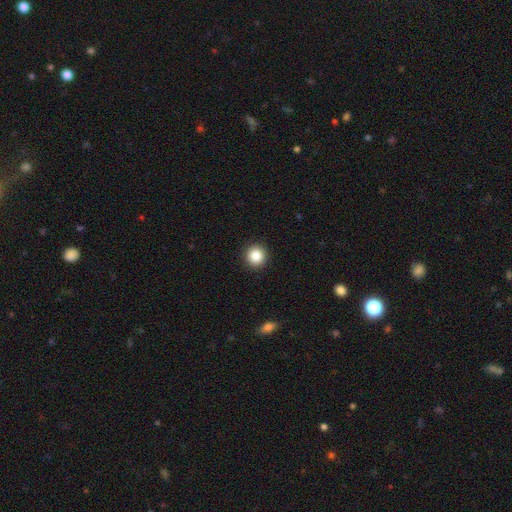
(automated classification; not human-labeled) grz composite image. It shows a smooth galaxy with no disk features (86%) that is round (93%). Merging: none (93%).